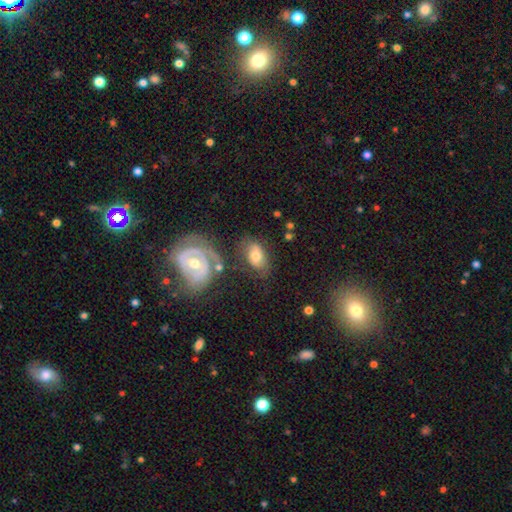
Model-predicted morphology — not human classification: This is possibly a smooth galaxy (52%). How rounded: clearly in between (85%). Merging: possibly none (54%).